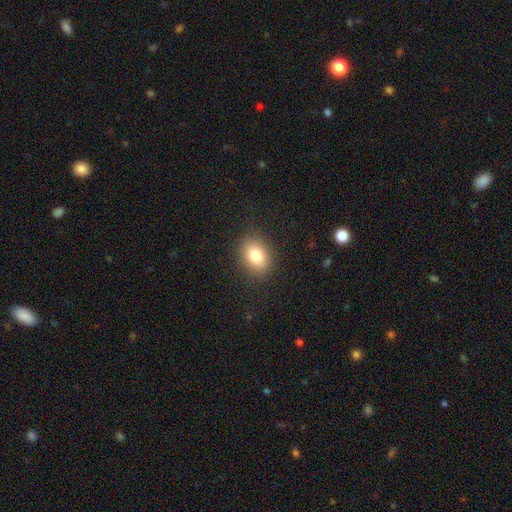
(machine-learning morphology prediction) Smooth or featured? smooth (82%)
How rounded? in between (69%)
Merging? none (87%)